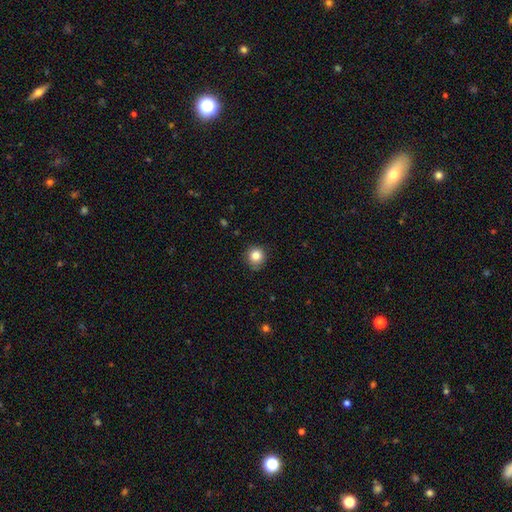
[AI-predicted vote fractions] smooth-or-featured: smooth: 83% | star or artifact: 11% | featured or disk: 6%
  how-rounded: round: 91% | in between: 9% | cigar-shaped: 1%
  merging: none: 84% | minor disturbance: 13% | major disturbance: 2% | merger: 1%